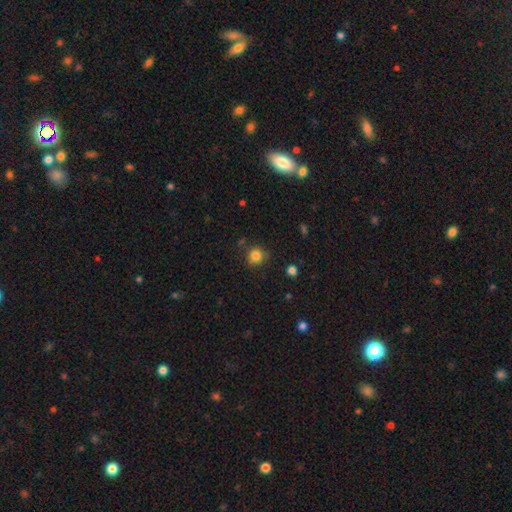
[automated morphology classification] Smooth or featured?
  - smooth: 83% *
  - star or artifact: 12%
  - featured or disk: 6%
How rounded?
  - round: 91% *
  - in between: 8%
  - cigar-shaped: 1%
Merging?
  - none: 78% *
  - minor disturbance: 15%
  - major disturbance: 4%
  - merger: 3%